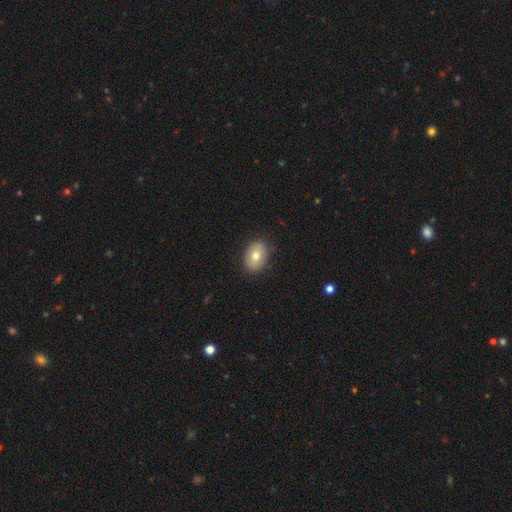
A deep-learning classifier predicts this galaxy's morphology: A smooth galaxy with no disk features (76%) that is in between round and cigar-shaped (80%). Merging: none (86%).